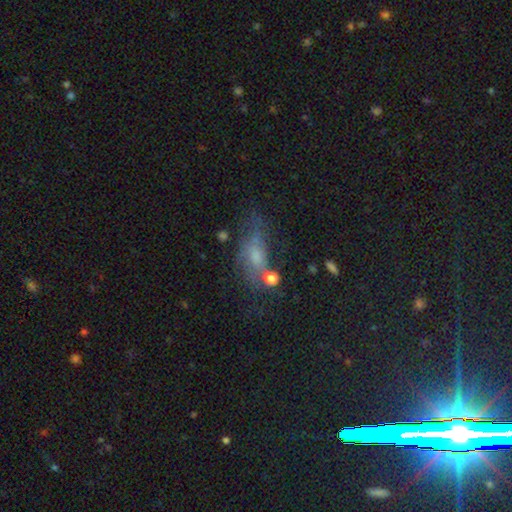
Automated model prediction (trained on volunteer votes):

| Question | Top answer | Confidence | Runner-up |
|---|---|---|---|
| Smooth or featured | smooth | 48% | featured or disk (35%) |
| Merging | none | 38% | major disturbance (28%) |